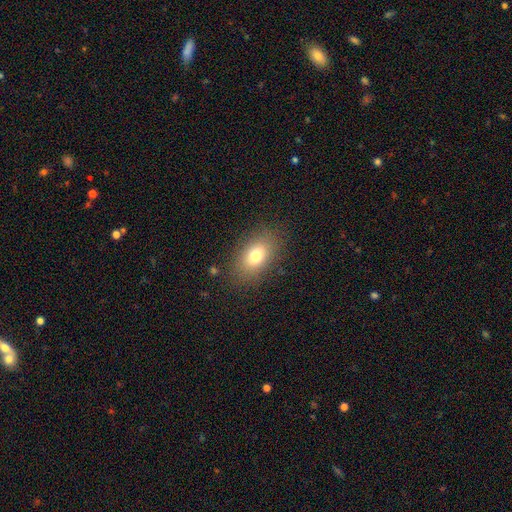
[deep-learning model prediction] smooth_or_featured: smooth (p=0.76) [alt: featured or disk p=0.14]
how_rounded: in between (p=0.85) [alt: round p=0.12]
merging: none (p=0.84) [alt: minor disturbance p=0.10]